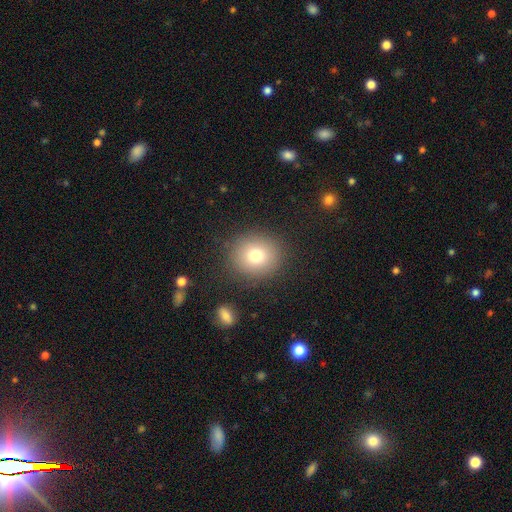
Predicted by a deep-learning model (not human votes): A smooth galaxy with no disk features (75%) that is round (84%). Merging: none (85%).